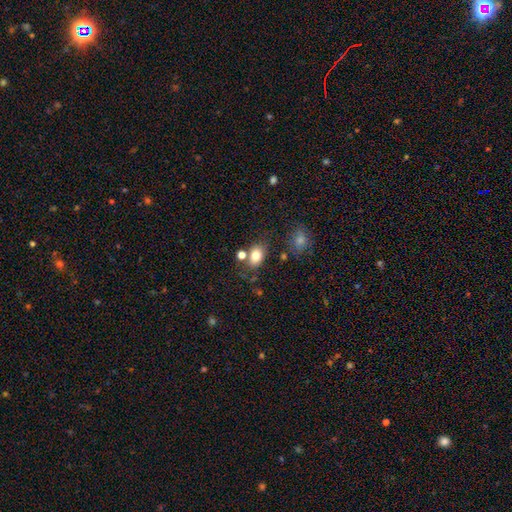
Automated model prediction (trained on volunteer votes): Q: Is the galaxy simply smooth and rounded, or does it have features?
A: smooth — 80%.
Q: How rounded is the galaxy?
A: in between — 76%.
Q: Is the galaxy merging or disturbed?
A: none — 65%.